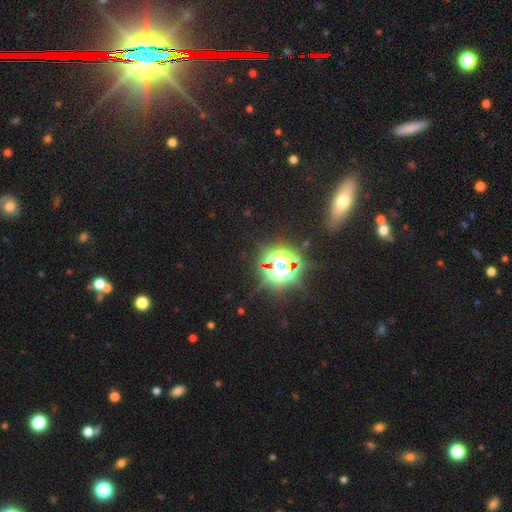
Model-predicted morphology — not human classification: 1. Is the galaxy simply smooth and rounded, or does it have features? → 66% star or artifact, 18% smooth, 16% featured or disk.